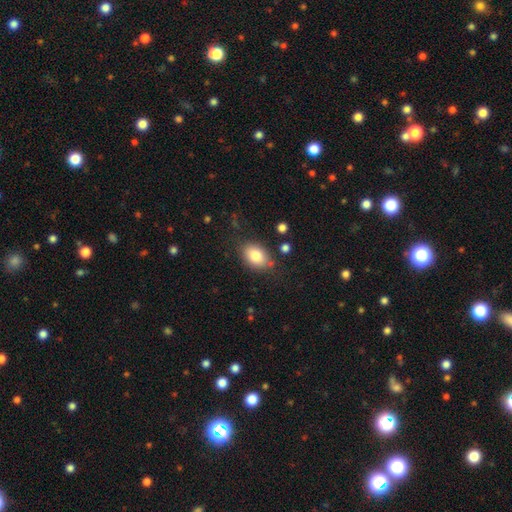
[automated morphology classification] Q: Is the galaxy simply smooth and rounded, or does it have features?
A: smooth — 82%.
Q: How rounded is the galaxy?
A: in between — 83%.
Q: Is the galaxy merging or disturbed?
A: none — 78%.